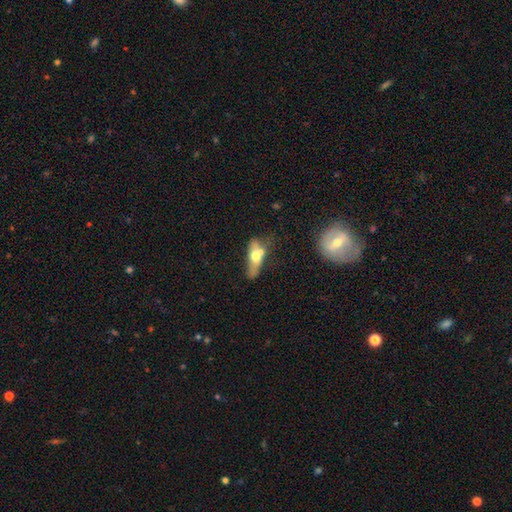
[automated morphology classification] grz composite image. It shows a smooth galaxy with no disk features (52%) that is in between round and cigar-shaped (61%). Merging: none (34%).